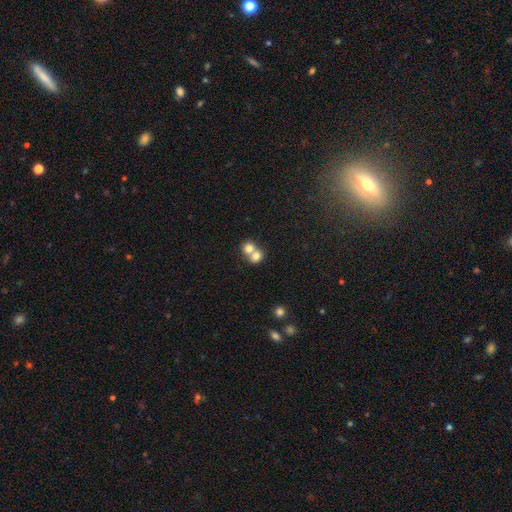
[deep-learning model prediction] A smooth galaxy with no disk features (75%) that is round (68%).

Vote fractions:
- Smooth or featured? smooth: 75% / featured or disk: 16% / star or artifact: 10%
- How rounded? round: 68% / in between: 31% / cigar-shaped: 1%
- Merging? merger: 70% / none: 24% / minor disturbance: 4% / major disturbance: 2%